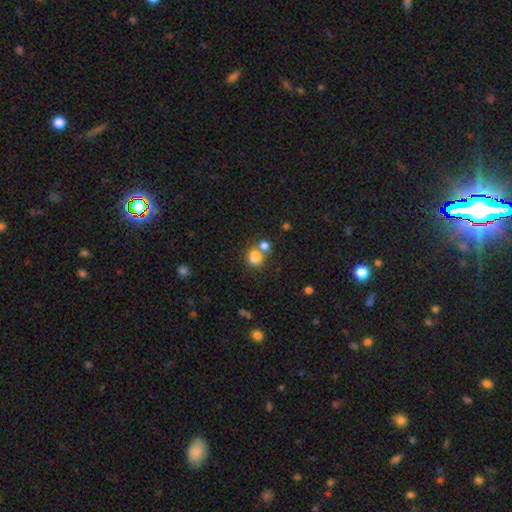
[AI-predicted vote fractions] Smooth or featured? smooth (79%)
How rounded? round (63%)
Merging? none (44%)